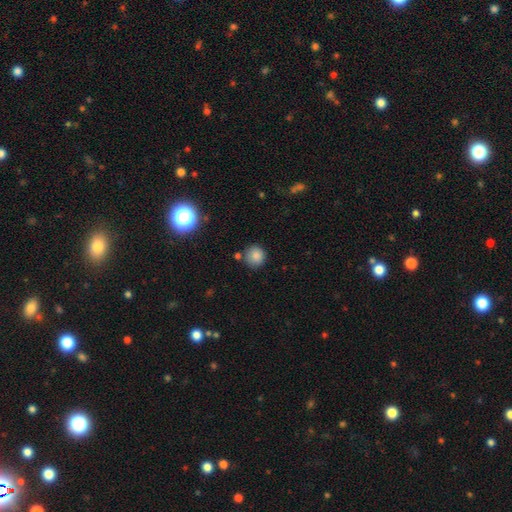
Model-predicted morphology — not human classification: This is clearly a smooth galaxy (84%). How rounded: clearly round (91%). Merging: likely none (80%).